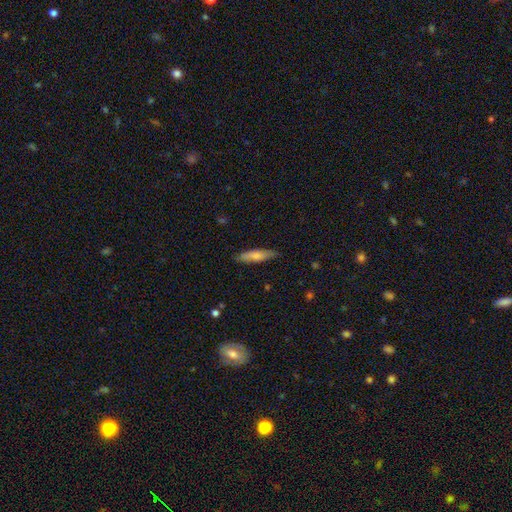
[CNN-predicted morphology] This appears to be a smooth galaxy with no disk features (69%) that is cigar-shaped (76%). Merging: none (84%).